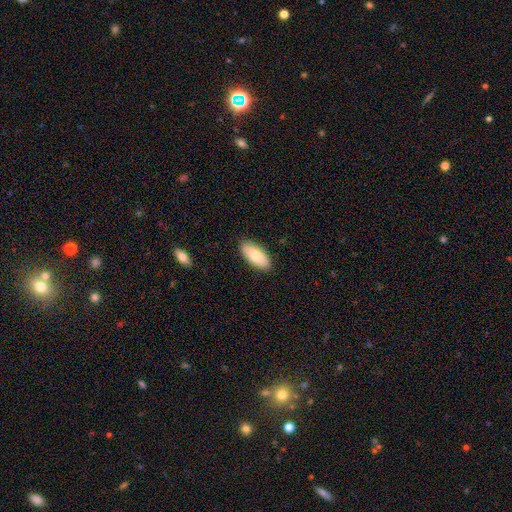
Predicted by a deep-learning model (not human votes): Smooth or featured? smooth (77%)
How rounded? in between (89%)
Merging? none (88%)